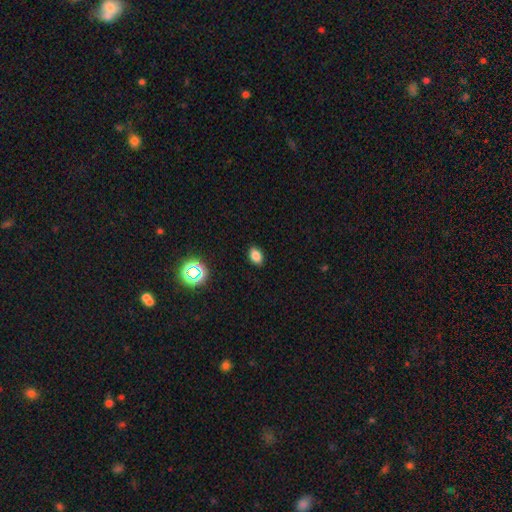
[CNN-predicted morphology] This is clearly a smooth galaxy (81%). How rounded: clearly in between (83%). Merging: clearly none (88%).